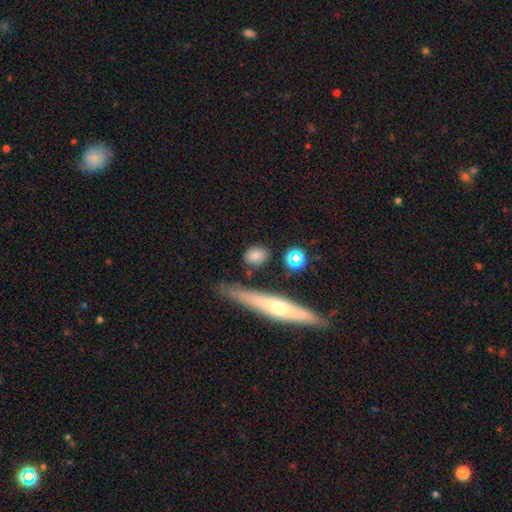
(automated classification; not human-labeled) Overall: smooth (81%). How rounded: in between (48%; round 44%). Merging: none (83%).